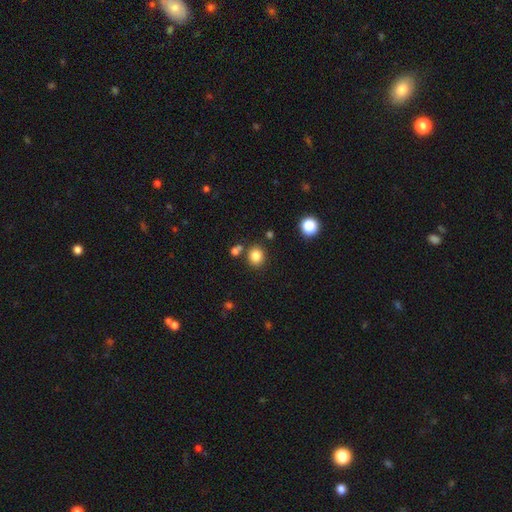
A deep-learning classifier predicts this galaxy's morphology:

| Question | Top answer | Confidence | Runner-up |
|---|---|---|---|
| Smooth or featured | smooth | 83% | star or artifact (12%) |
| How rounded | round | 74% | in between (25%) |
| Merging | none | 80% | minor disturbance (9%) |